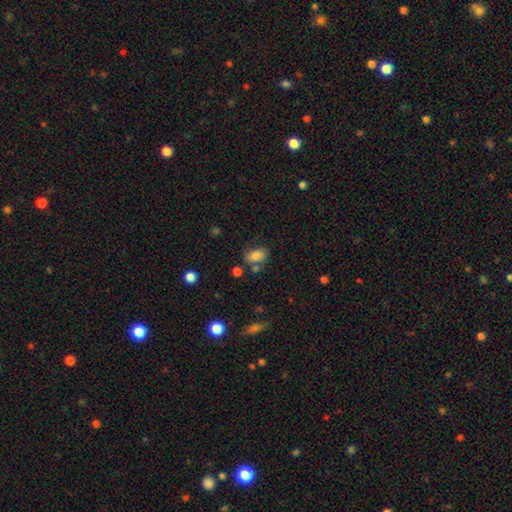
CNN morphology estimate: A smooth galaxy with no disk features (81%) that is in between round and cigar-shaped (88%). Merging: none (66%).